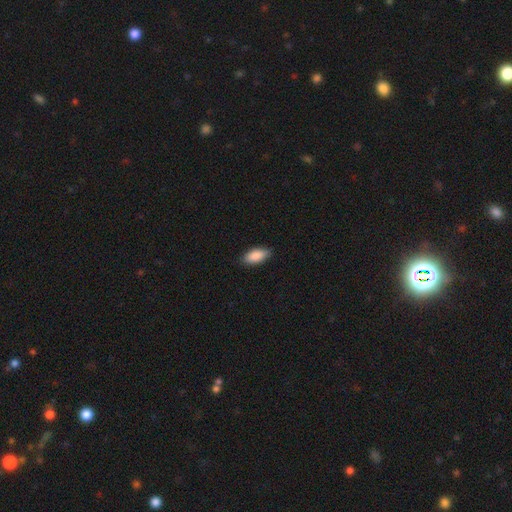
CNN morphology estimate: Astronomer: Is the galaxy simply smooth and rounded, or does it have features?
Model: smooth — 89%.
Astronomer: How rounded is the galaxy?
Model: in between — 90%.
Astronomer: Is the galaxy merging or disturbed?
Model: none — 86%.